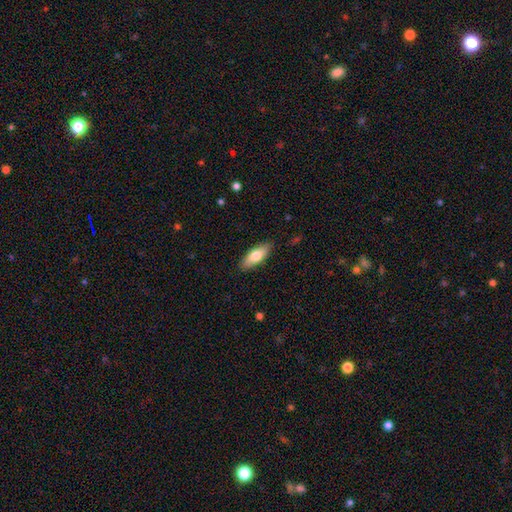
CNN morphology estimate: smooth-or-featured: smooth: 73% | featured or disk: 21% | star or artifact: 6%
  how-rounded: in between: 72% | cigar-shaped: 25% | round: 2%
  merging: none: 87% | minor disturbance: 10% | major disturbance: 2% | merger: 1%